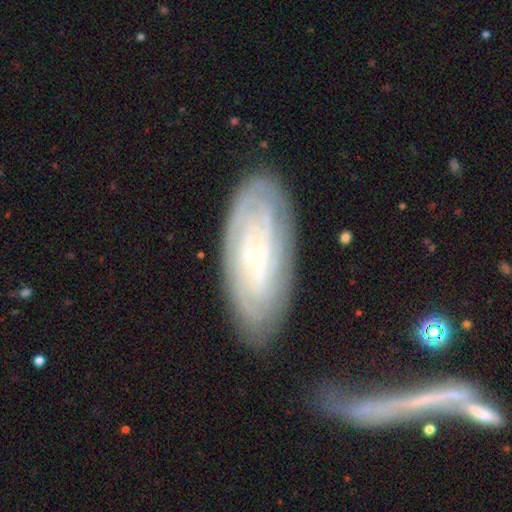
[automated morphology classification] This is likely a featured or disk galaxy (71%). It is clearly not viewed edge-on (90%). Bar: likely no (76%). Spiral arm pattern: clearly yes (86%). Spiral arm count: possibly can't tell (58%). Spiral winding: likely tight (77%). Central bulge: clearly small (85%). Merging: likely none (77%).